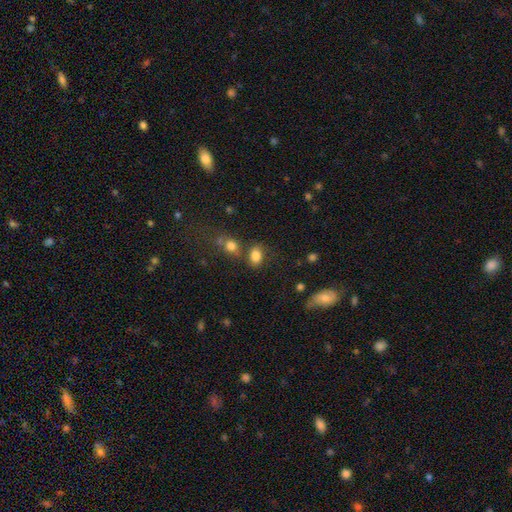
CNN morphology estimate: type=smooth (82%); roundness=in between (68%); merging=none (62%).